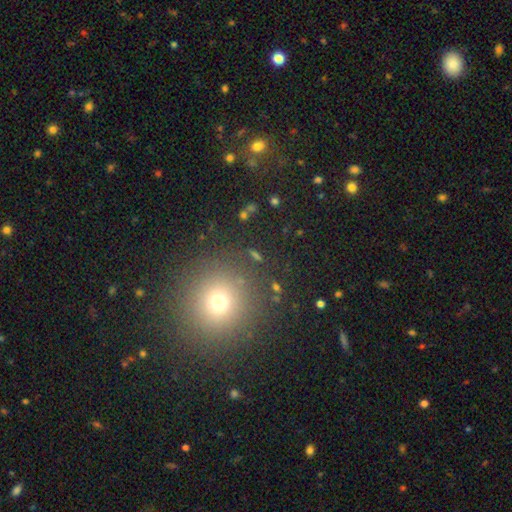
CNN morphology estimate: smooth-or-featured: smooth: 53% | star or artifact: 37% | featured or disk: 11%
  how-rounded: round: 79% | in between: 17% | cigar-shaped: 4%
  merging: none: 85% | minor disturbance: 7% | merger: 4% | major disturbance: 4%